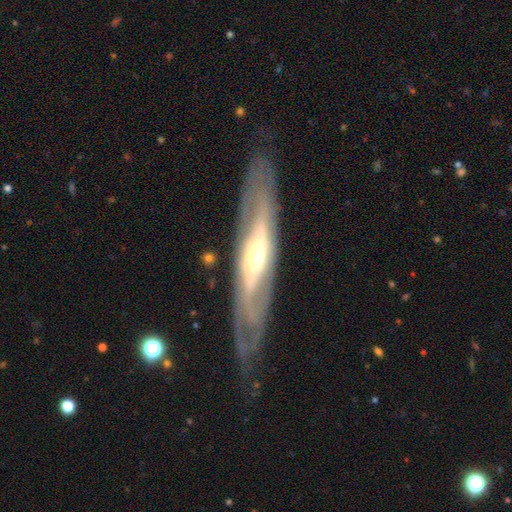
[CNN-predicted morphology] The model was most divided on "edge-on disk": no: 60%, yes: 40%. More confident: smooth or featured — featured or disk (79%); merging — none (77%).